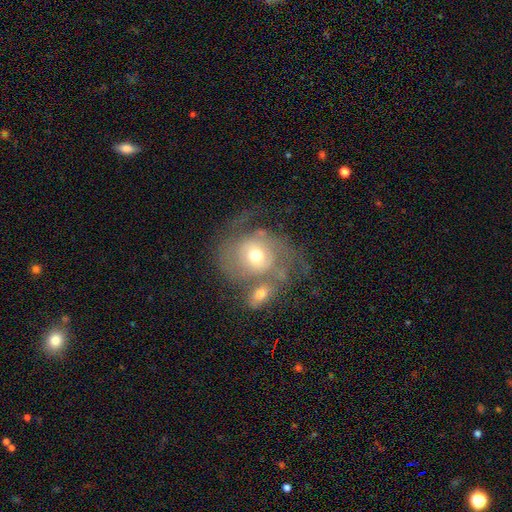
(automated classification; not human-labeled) Morphology: type=featured or disk (54%); edge-on=no (96%); bar=no (79%); spiral arms=yes (57%); bulge=moderate (67%); merging=merger (33%).